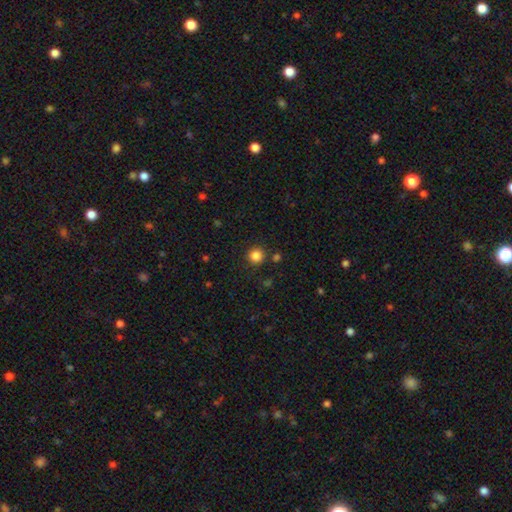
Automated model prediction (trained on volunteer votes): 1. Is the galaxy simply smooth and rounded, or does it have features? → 85% smooth, 12% star or artifact, 4% featured or disk.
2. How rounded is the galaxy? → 94% round, 5% in between, 1% cigar-shaped.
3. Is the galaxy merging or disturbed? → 88% none, 7% minor disturbance, 3% merger, 2% major disturbance.